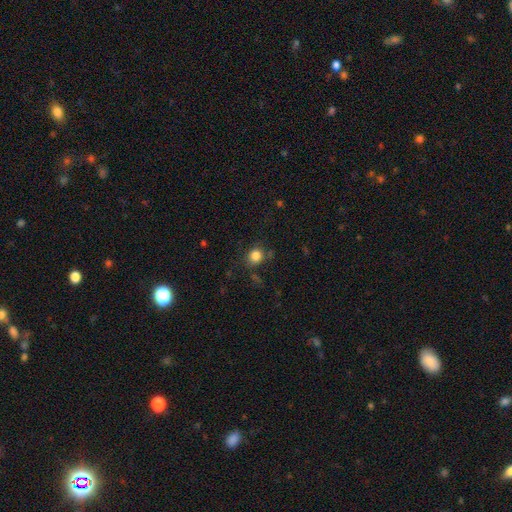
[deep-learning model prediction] Smooth or featured: smooth — 83% (star or artifact — 12%)
How rounded: round — 73% (in between — 26%)
Merging: none — 74% (minor disturbance — 16%)